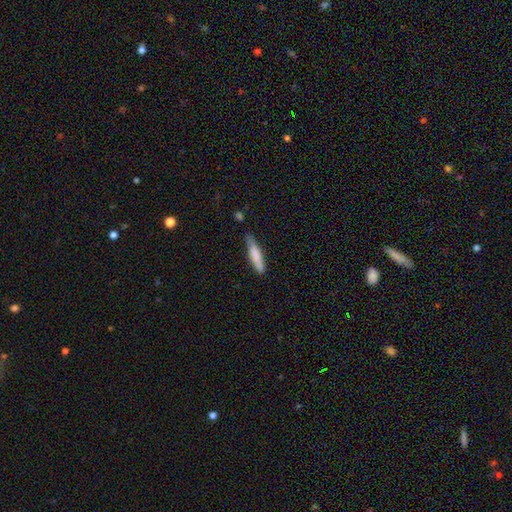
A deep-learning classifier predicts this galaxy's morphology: Smooth or featured? Predicted: smooth (p=0.76). How rounded? Predicted: cigar-shaped (p=0.85). Merging? Predicted: none (p=0.67).